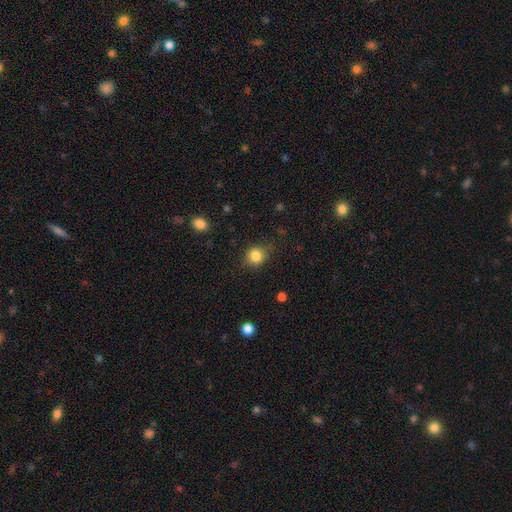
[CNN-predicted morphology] smooth-or-featured: smooth: 83% | star or artifact: 11% | featured or disk: 6%
  how-rounded: round: 79% | in between: 20% | cigar-shaped: 1%
  merging: none: 78% | minor disturbance: 16% | major disturbance: 4% | merger: 1%